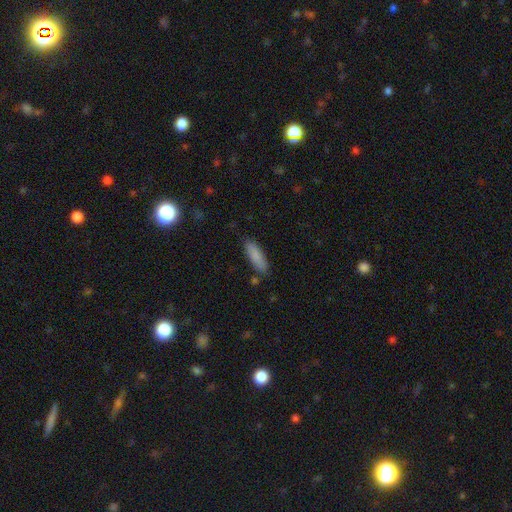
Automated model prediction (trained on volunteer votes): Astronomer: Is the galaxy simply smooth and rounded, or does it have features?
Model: smooth — 86%.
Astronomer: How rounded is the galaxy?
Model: cigar-shaped — 50% (runner-up: in between, 49%).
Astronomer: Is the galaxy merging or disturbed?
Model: none — 83%.